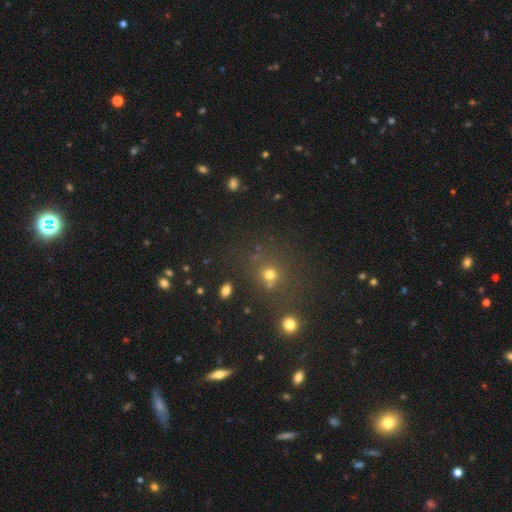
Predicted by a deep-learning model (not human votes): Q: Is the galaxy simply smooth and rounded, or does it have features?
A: smooth — 48%.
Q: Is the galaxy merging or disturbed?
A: none — 78%.